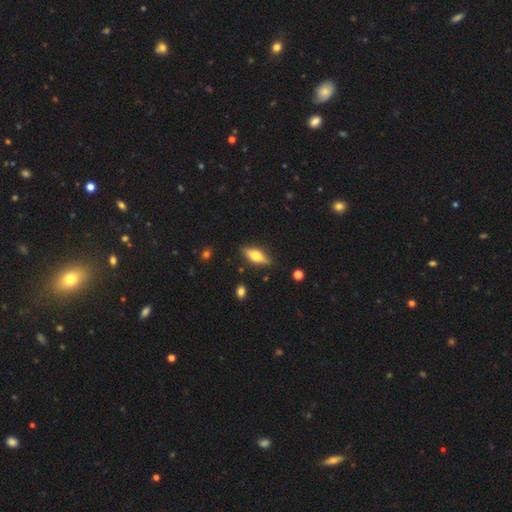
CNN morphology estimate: smooth-or-featured: smooth: 52% | featured or disk: 41% | star or artifact: 7%
  how-rounded: in between: 65% | cigar-shaped: 32% | round: 3%
  merging: none: 83% | minor disturbance: 12% | major disturbance: 3% | merger: 2%